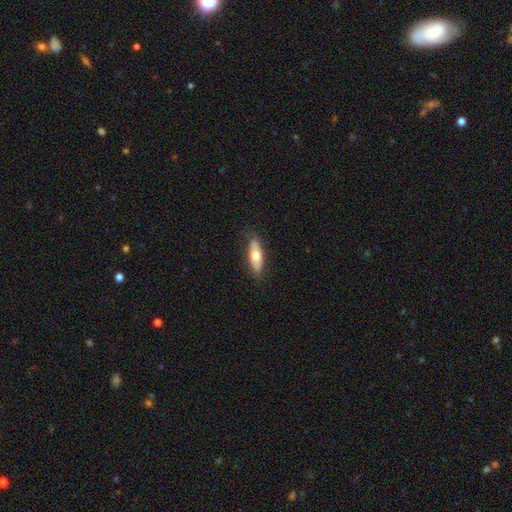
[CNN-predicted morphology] This appears to be a smooth galaxy with no disk features (63%) that is in between round and cigar-shaped (61%). Merging: none (82%).